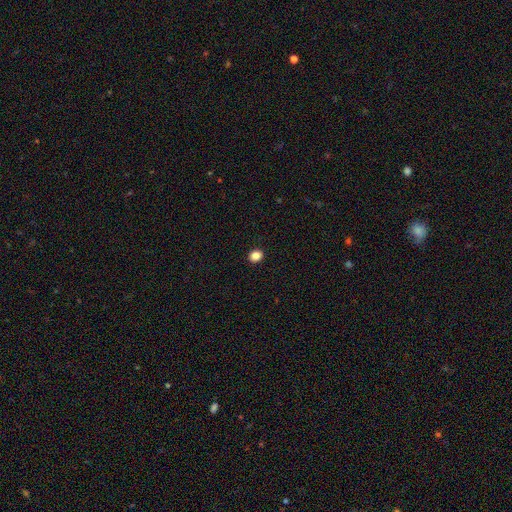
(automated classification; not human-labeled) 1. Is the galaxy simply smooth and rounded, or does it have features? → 85% smooth, 11% star or artifact, 4% featured or disk.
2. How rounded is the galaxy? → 75% round, 24% in between, 1% cigar-shaped.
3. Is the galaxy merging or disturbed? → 93% none, 5% minor disturbance, 1% major disturbance, 1% merger.